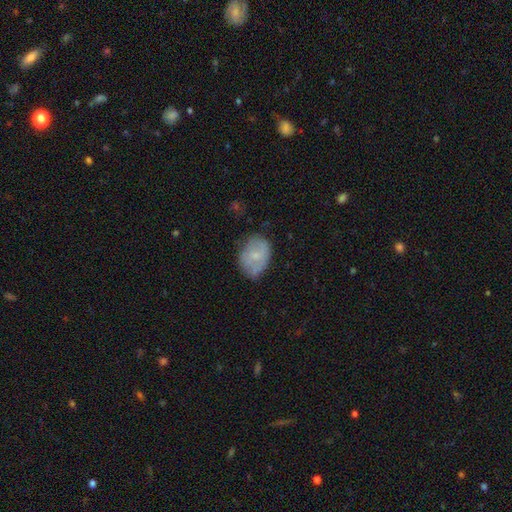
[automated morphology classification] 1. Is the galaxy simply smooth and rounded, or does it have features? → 60% smooth, 32% featured or disk, 8% star or artifact.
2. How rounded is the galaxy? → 72% in between, 27% round, 1% cigar-shaped.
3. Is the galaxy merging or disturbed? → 58% none, 30% minor disturbance, 9% major disturbance, 2% merger.